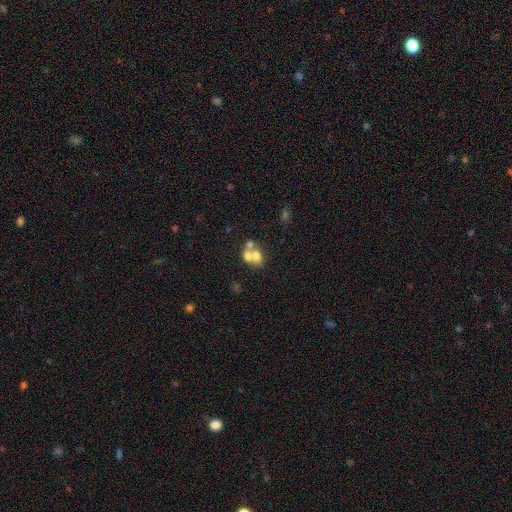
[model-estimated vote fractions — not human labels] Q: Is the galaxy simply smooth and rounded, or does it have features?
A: smooth — 60%.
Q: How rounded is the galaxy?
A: in between — 50%.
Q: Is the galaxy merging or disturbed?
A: merger — 62%.